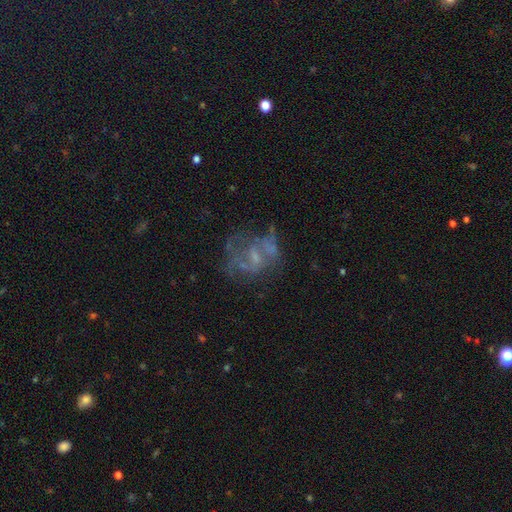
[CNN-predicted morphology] Q: Smooth or featured?
A: featured or disk (61%); runner-up: smooth (21%)
Q: Edge-on disk?
A: no (97%); runner-up: yes (3%)
Q: Bar?
A: no (63%); runner-up: weak (30%)
Q: Spiral arms?
A: no (67%); runner-up: yes (33%)
Q: Bulge size?
A: none (42%); runner-up: small (36%)
Q: Merging?
A: none (43%); runner-up: major disturbance (29%)